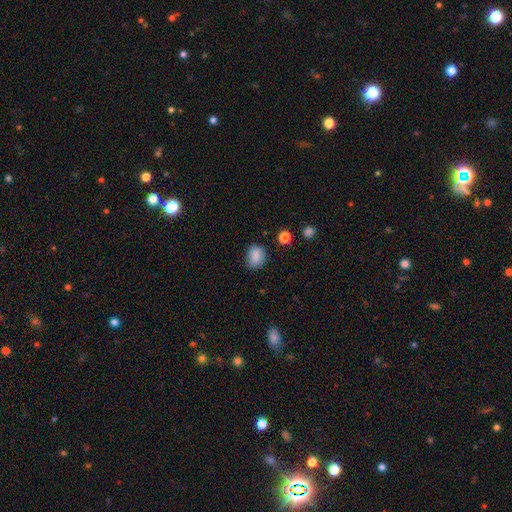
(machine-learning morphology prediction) Smooth or featured: smooth — 83% (star or artifact — 9%)
How rounded: in between — 50% (round — 49%)
Merging: none — 74% (minor disturbance — 20%)